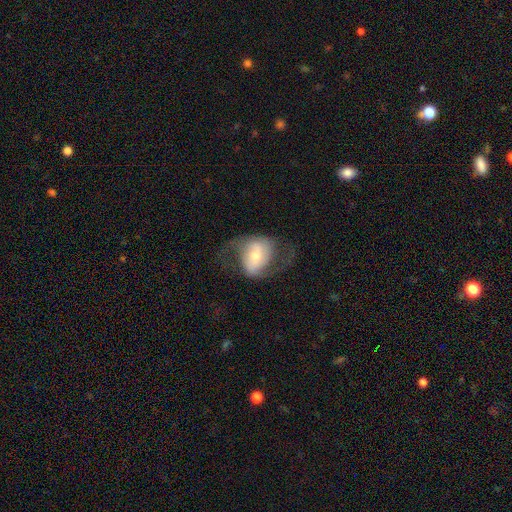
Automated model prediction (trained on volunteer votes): This is likely a featured or disk galaxy (74%). It is clearly not viewed edge-on (97%). Bar: marginally weak (39%). Spiral arm pattern: clearly yes (89%). Spiral arm count: clearly 2 (89%). Spiral winding: marginally medium (45%). Central bulge: possibly small (45%). Merging: possibly none (60%).